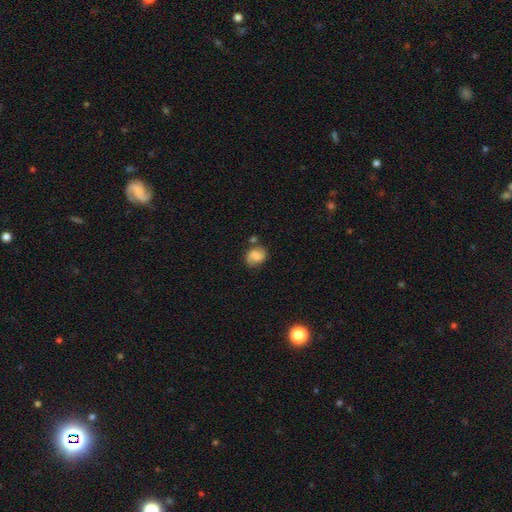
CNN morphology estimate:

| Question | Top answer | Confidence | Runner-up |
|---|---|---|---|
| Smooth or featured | smooth | 62% | featured or disk (28%) |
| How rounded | round | 55% | in between (43%) |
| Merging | none | 63% | minor disturbance (20%) |